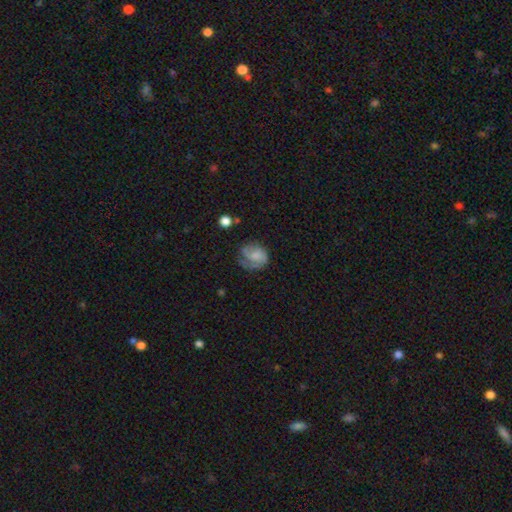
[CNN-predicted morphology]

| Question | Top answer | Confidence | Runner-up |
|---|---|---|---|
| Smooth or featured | featured or disk | 48% | smooth (44%) |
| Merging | none | 48% | minor disturbance (26%) |